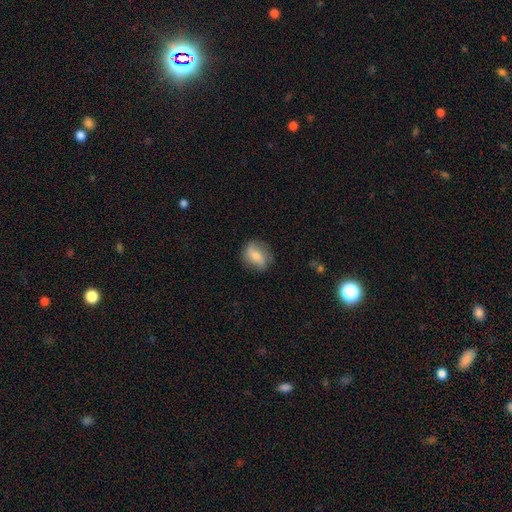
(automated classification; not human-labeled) This is likely a smooth galaxy (61%). How rounded: possibly in between (49%). Merging: likely none (73%).